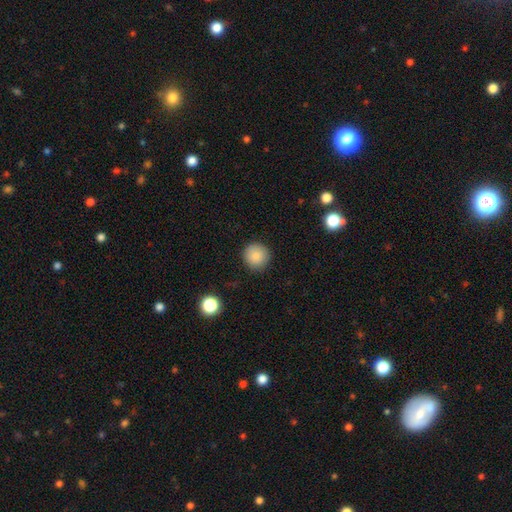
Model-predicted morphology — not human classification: The model was most divided on "smooth or featured": smooth: 86%, star or artifact: 9%, featured or disk: 5%. More confident: how rounded — round (95%); merging — none (90%).